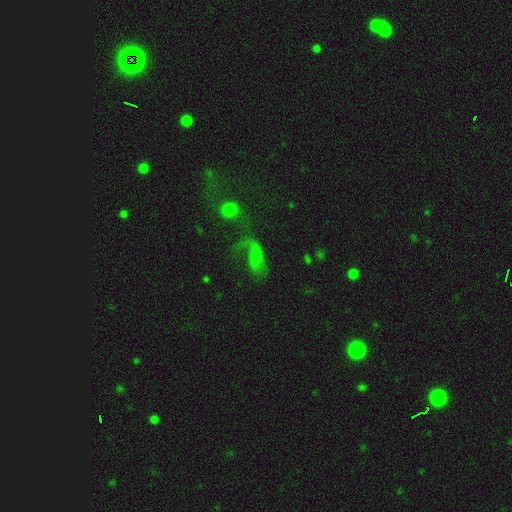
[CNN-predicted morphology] The model was most divided on "smooth or featured": featured or disk: 40%, smooth: 37%, star or artifact: 23%. Remaining: merging — major disturbance (39%).